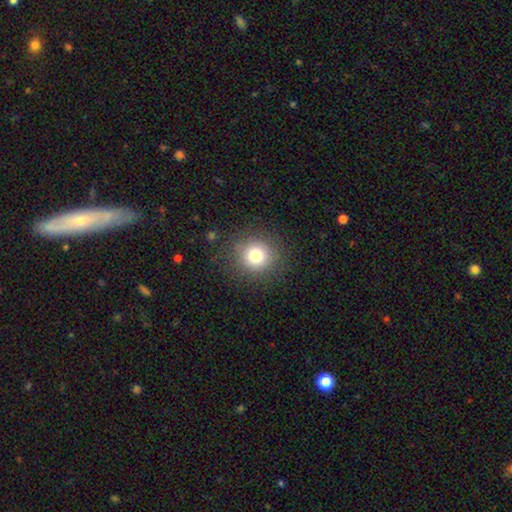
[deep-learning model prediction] The model was most divided on "smooth or featured": smooth: 77%, star or artifact: 14%, featured or disk: 9%. More confident: how rounded — round (92%); merging — none (86%).